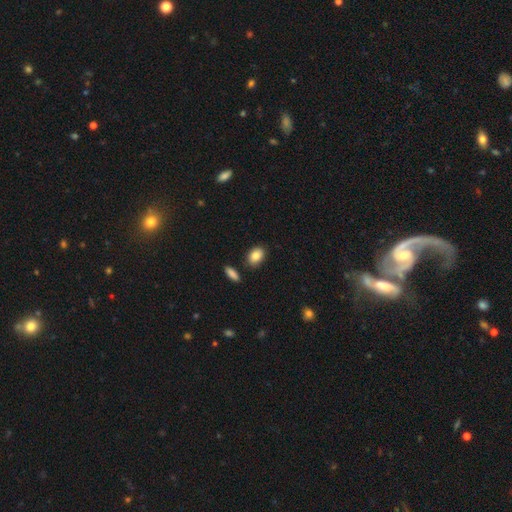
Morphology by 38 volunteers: A smooth galaxy with no disk features (89%) that is in between round and cigar-shaped (91%). Merging: none (78%).